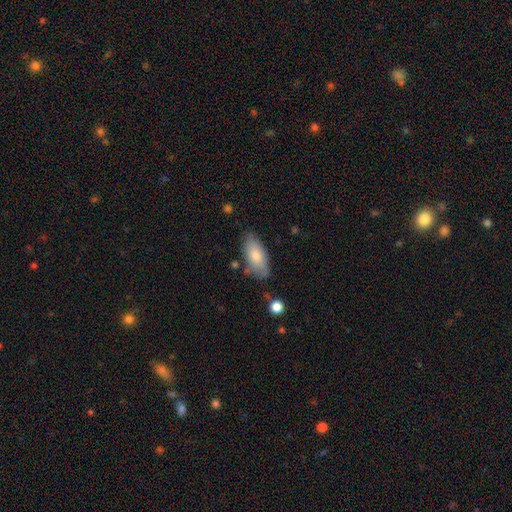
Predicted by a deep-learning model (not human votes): Smooth or featured?
  - smooth: 78% *
  - featured or disk: 16%
  - star or artifact: 6%
How rounded?
  - in between: 85% *
  - cigar-shaped: 13%
  - round: 2%
Merging?
  - none: 73% *
  - minor disturbance: 19%
  - major disturbance: 4%
  - merger: 4%